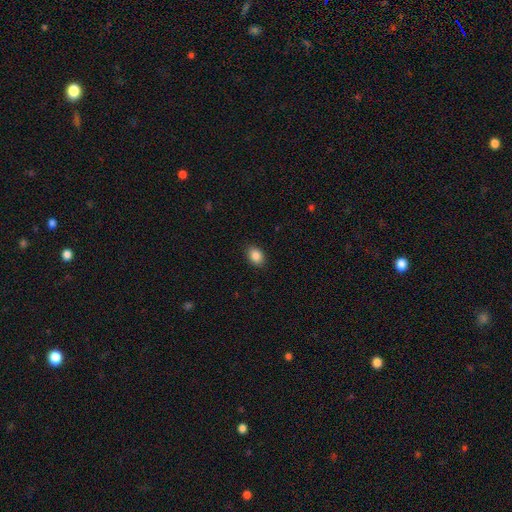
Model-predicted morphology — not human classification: A smooth galaxy with no disk features (87%) that is in between round and cigar-shaped (74%).

Vote fractions:
- Smooth or featured? smooth: 87% / star or artifact: 9% / featured or disk: 4%
- How rounded? in between: 74% / round: 25% / cigar-shaped: 1%
- Merging? none: 89% / minor disturbance: 8% / major disturbance: 2% / merger: 1%